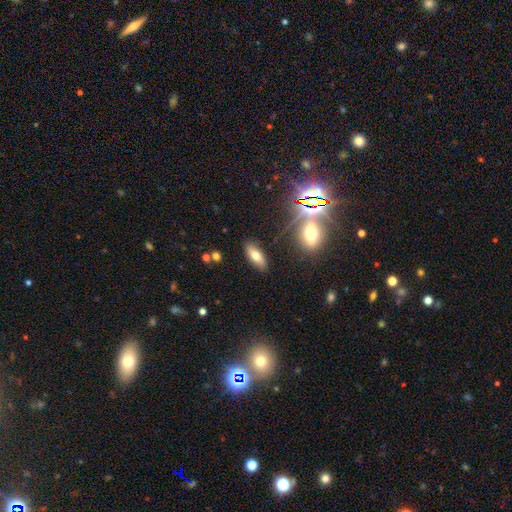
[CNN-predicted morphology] Overall: smooth (66%). How rounded: in between (75%). Merging: none (86%).